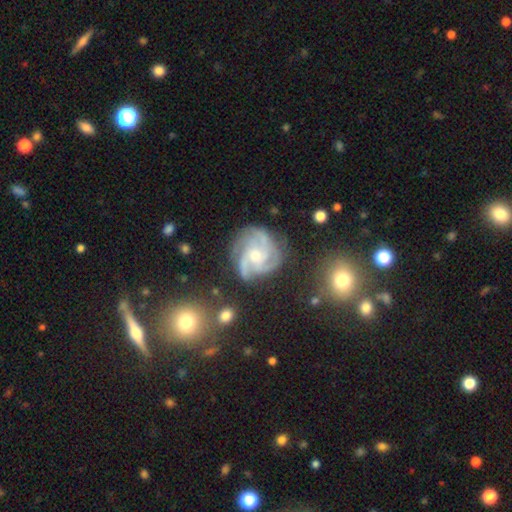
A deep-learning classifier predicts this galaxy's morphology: smooth_or_featured: featured or disk (p=0.88) [alt: star or artifact p=0.06]
disk_edge_on: no (p=0.98) [alt: yes p=0.02]
bar: no (p=0.71) [alt: weak p=0.24]
has_spiral_arms: yes (p=0.98) [alt: no p=0.02]
spiral_winding: tight (p=0.49) [alt: medium p=0.42]
spiral_arm_count: 3 (p=0.40) [alt: 4 p=0.32]
bulge_size: small (p=0.53) [alt: moderate p=0.43]
merging: none (p=0.72) [alt: minor disturbance p=0.18]